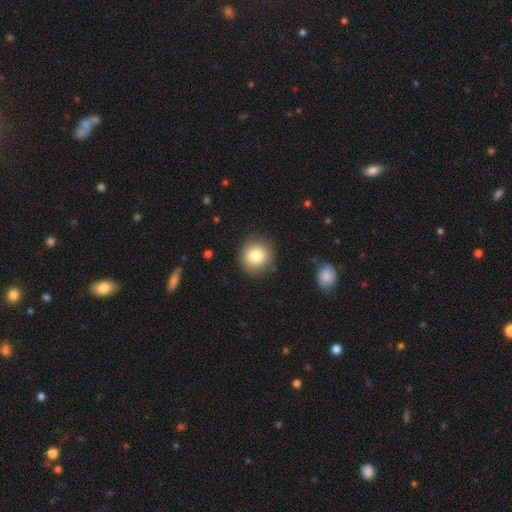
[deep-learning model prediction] smooth_or_featured: smooth (p=0.81) [alt: star or artifact p=0.10]
how_rounded: round (p=0.92) [alt: in between p=0.07]
merging: none (p=0.89) [alt: minor disturbance p=0.07]